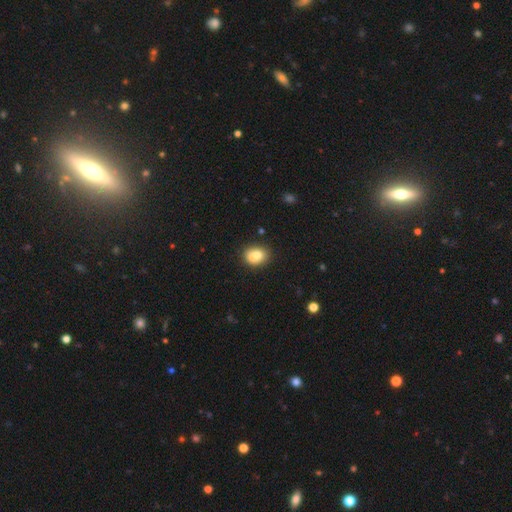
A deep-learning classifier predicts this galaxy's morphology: smooth-or-featured: smooth: 80% | featured or disk: 11% | star or artifact: 9%
  how-rounded: in between: 55% | round: 44% | cigar-shaped: 1%
  merging: none: 72% | minor disturbance: 16% | merger: 8% | major disturbance: 3%